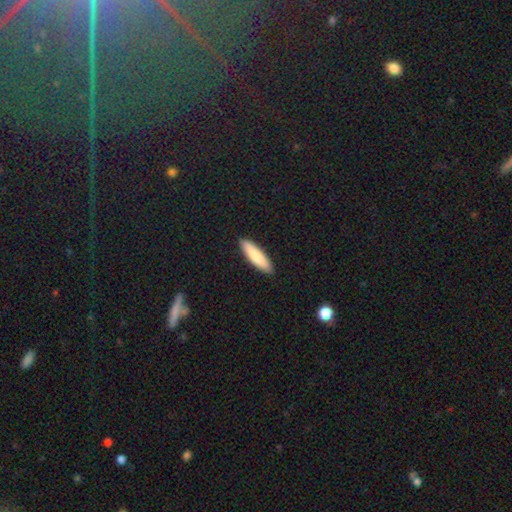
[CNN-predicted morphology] smooth 85%, featured or disk 10%, star or artifact 5%. Down the decision tree: how rounded — cigar-shaped (69%); merging — none (90%).